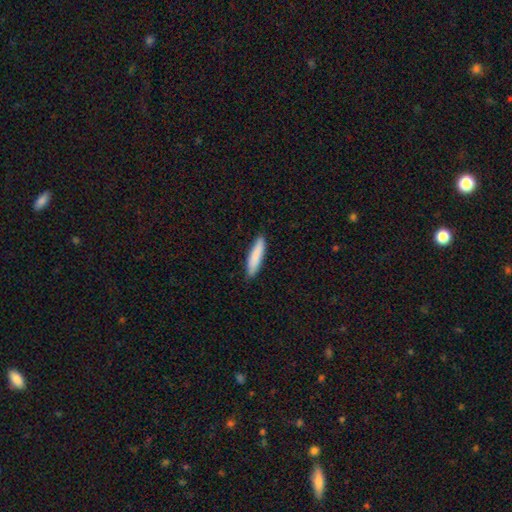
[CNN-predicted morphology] smooth_or_featured: smooth (p=0.85) [alt: featured or disk p=0.09]
how_rounded: cigar-shaped (p=0.82) [alt: in between p=0.16]
merging: none (p=0.87) [alt: minor disturbance p=0.10]